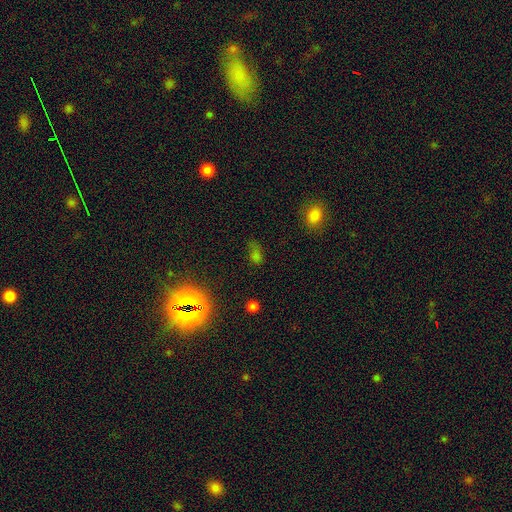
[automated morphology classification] The model was most divided on "smooth or featured": smooth: 52%, star or artifact: 39%, featured or disk: 9%. More confident: how rounded — in between (68%); merging — none (55%).